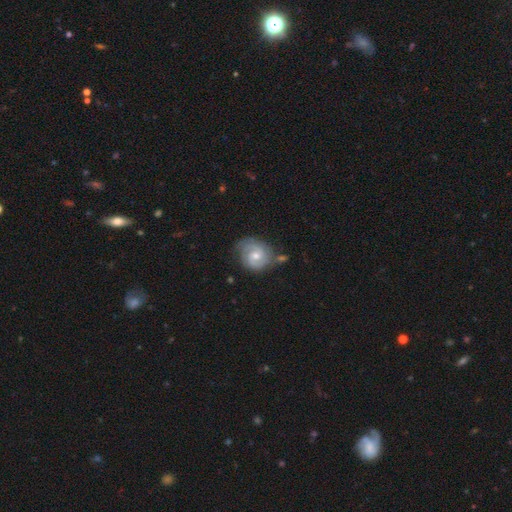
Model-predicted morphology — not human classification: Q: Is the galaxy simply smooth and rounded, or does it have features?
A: featured or disk — 76%.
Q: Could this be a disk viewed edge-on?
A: no — 98%.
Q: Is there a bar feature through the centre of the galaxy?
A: no — 55%.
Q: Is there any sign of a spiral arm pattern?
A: yes — 94%.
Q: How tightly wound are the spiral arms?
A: tight — 51%.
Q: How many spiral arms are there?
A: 2 — 78%.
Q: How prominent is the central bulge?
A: moderate — 63%.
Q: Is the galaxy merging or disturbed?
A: none — 65%.